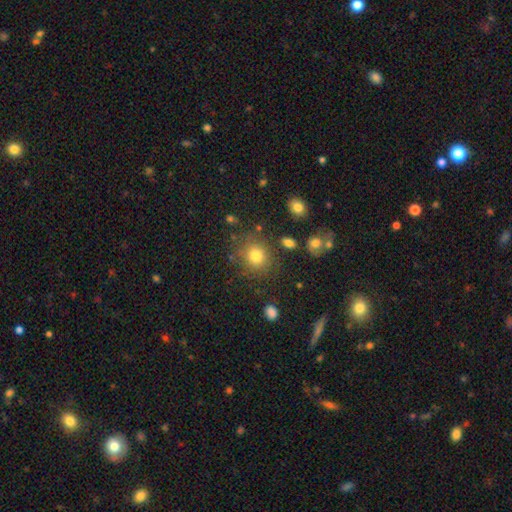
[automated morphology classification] Smooth or featured? smooth (77%)
How rounded? round (82%)
Merging? none (79%)